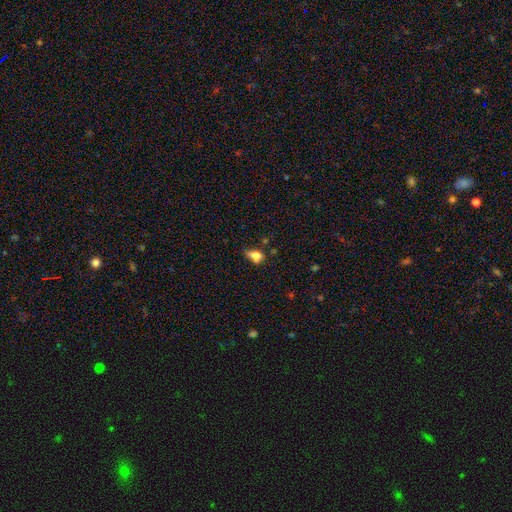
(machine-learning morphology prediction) type=smooth (77%); roundness=in between (74%); merging=minor disturbance (39%).